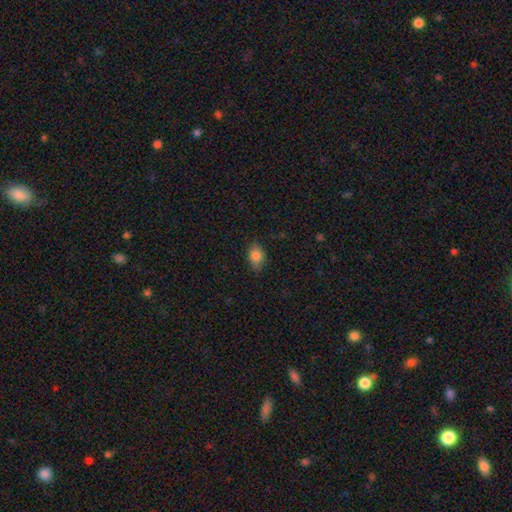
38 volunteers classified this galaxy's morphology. Smooth or featured? 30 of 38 (79%) said smooth. How rounded? 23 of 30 (77%) said in between. Merging? 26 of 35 (74%) said none.